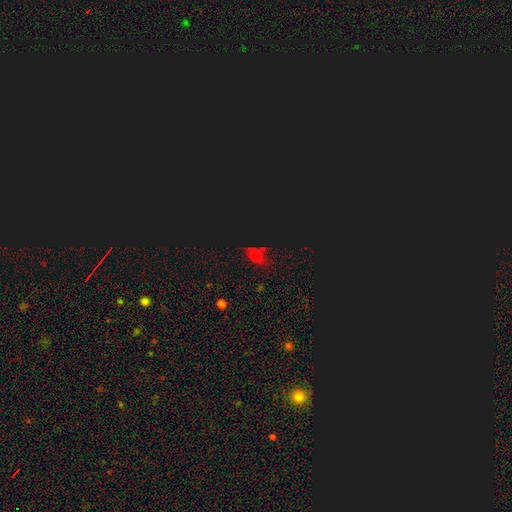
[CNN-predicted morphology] Smooth or featured: smooth — 47% (star or artifact — 44%)
Merging: none — 69% (minor disturbance — 19%)